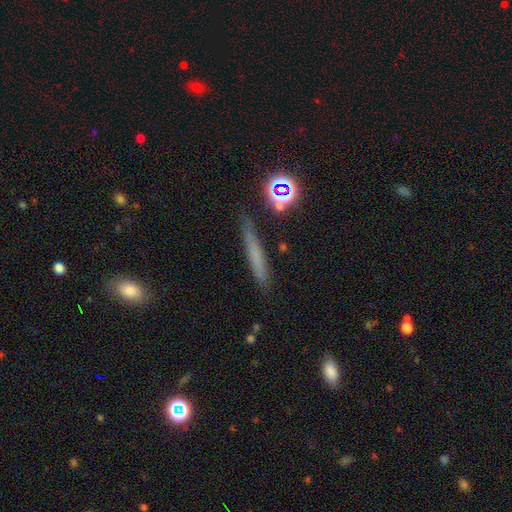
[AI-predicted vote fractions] Morphology: type=smooth (56%); roundness=cigar-shaped (92%); merging=none (83%).